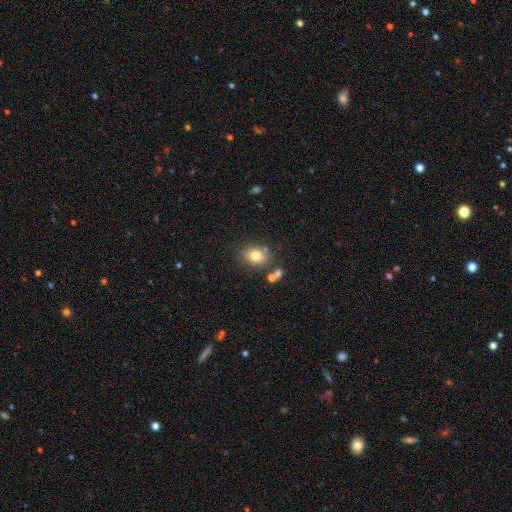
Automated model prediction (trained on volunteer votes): A smooth galaxy with no disk features (78%) that is round (57%).

Vote fractions:
- Smooth or featured? smooth: 78% / star or artifact: 12% / featured or disk: 10%
- How rounded? round: 57% / in between: 42% / cigar-shaped: 1%
- Merging? none: 75% / minor disturbance: 12% / merger: 10% / major disturbance: 4%